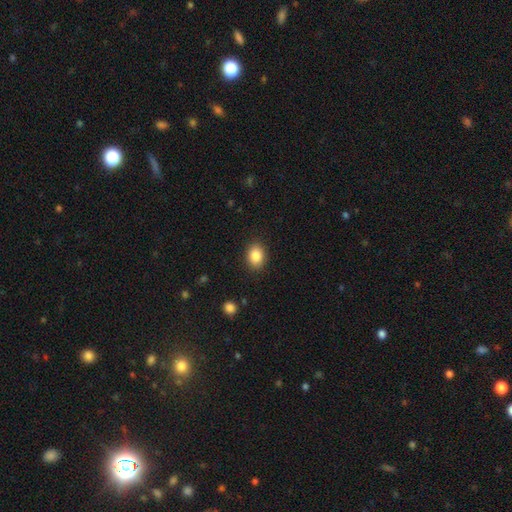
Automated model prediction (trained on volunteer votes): smooth-or-featured: smooth: 86% | star or artifact: 9% | featured or disk: 6%
  how-rounded: in between: 64% | round: 35% | cigar-shaped: 1%
  merging: none: 89% | minor disturbance: 8% | major disturbance: 2% | merger: 1%